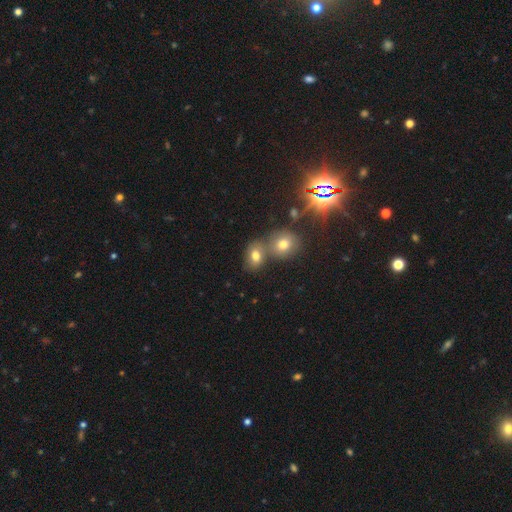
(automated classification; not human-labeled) A smooth galaxy with no disk features (71%) that is in between round and cigar-shaped (53%).

Vote fractions:
- Smooth or featured? smooth: 71% / star or artifact: 17% / featured or disk: 11%
- How rounded? in between: 53% / round: 45% / cigar-shaped: 2%
- Merging? none: 43% (tied) / merger: 43% (tied) / minor disturbance: 9% / major disturbance: 4%